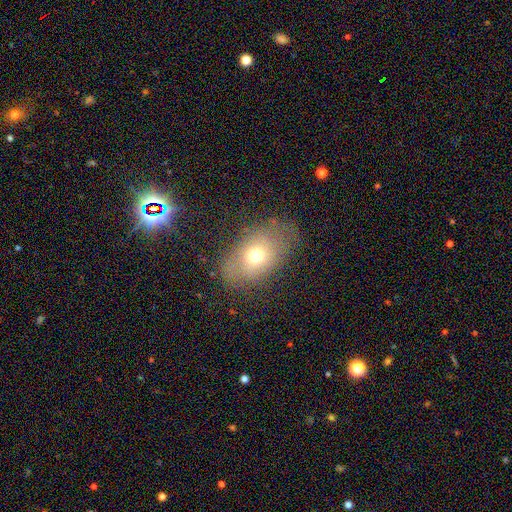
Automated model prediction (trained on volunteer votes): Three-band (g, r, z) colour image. It shows a smooth galaxy with no disk features (65%) that is in between round and cigar-shaped (77%). Merging: none (70%).